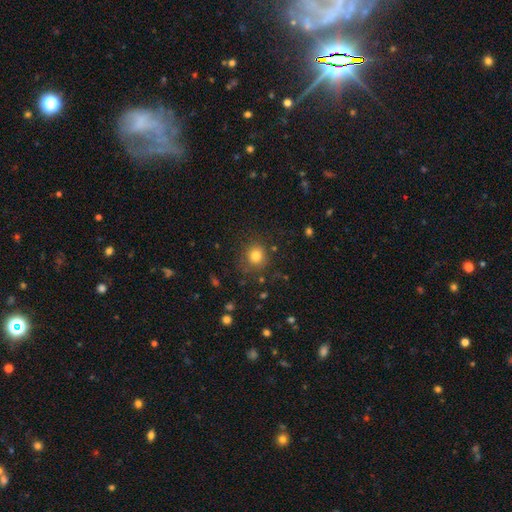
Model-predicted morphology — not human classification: A smooth galaxy with no disk features (81%) that is round (87%).

Vote fractions:
- Smooth or featured? smooth: 81% / star or artifact: 12% / featured or disk: 6%
- How rounded? round: 87% / in between: 12% / cigar-shaped: 1%
- Merging? none: 78% / minor disturbance: 14% / major disturbance: 5% / merger: 3%